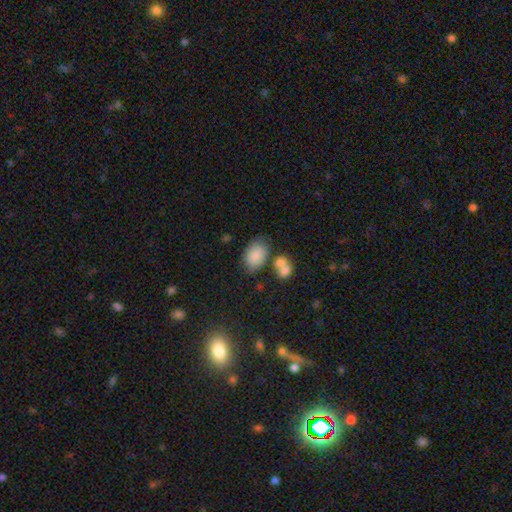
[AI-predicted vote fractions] smooth-or-featured: smooth: 85% | star or artifact: 8% | featured or disk: 7%
  how-rounded: in between: 86% | round: 13% | cigar-shaped: 1%
  merging: none: 59% | merger: 18% | minor disturbance: 17% | major disturbance: 6%